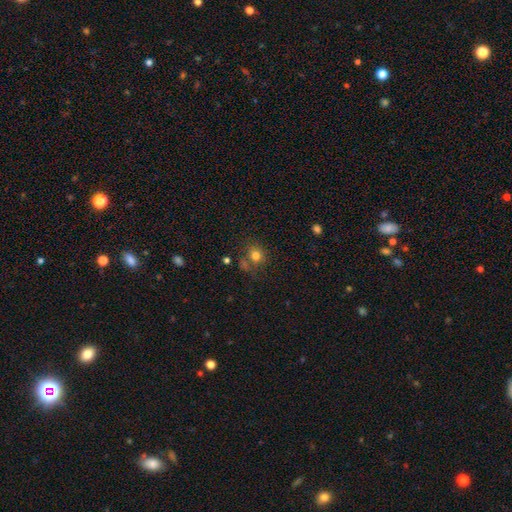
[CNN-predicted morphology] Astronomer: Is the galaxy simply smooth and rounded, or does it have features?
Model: smooth — 77%.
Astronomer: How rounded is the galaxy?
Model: round — 78%.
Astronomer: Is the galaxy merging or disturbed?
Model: none — 65%.